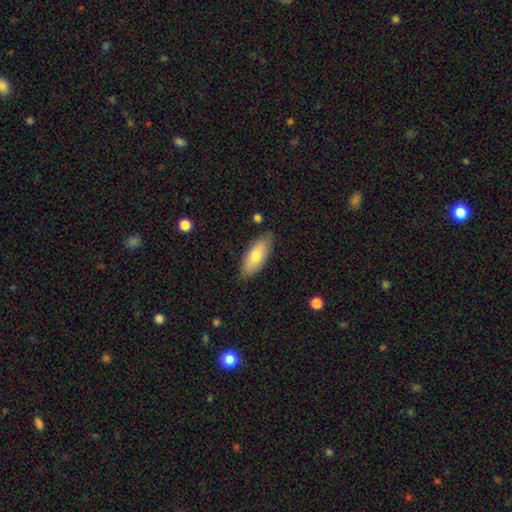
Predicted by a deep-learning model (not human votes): smooth 74%, featured or disk 20%, star or artifact 6%. Down the decision tree: how rounded — in between (80%); merging — none (81%).